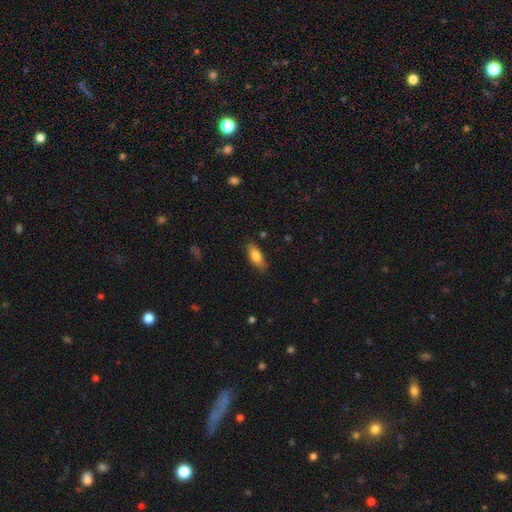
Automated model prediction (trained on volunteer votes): smooth 80%, featured or disk 13%, star or artifact 7%. Down the decision tree: how rounded — in between (78%); merging — none (81%).